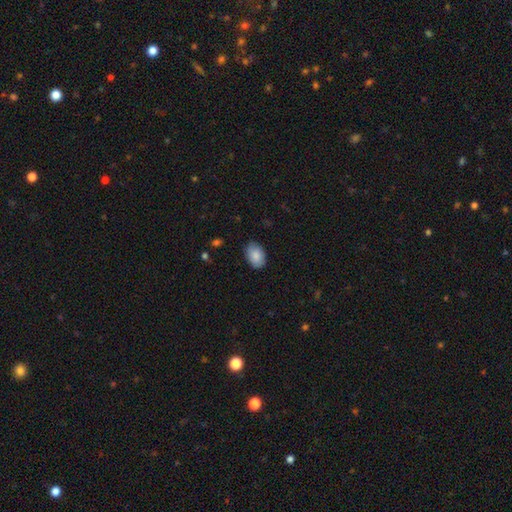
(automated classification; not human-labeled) smooth_or_featured: smooth (p=0.87) [alt: featured or disk p=0.07]
how_rounded: in between (p=0.89) [alt: round p=0.10]
merging: none (p=0.84) [alt: minor disturbance p=0.13]